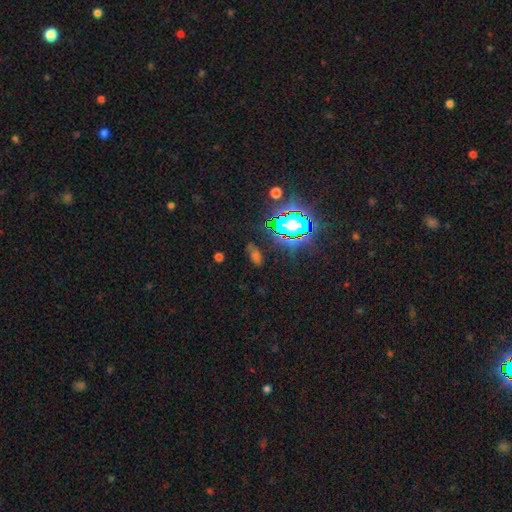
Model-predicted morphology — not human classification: A star or artifact, not a galaxy (45%).